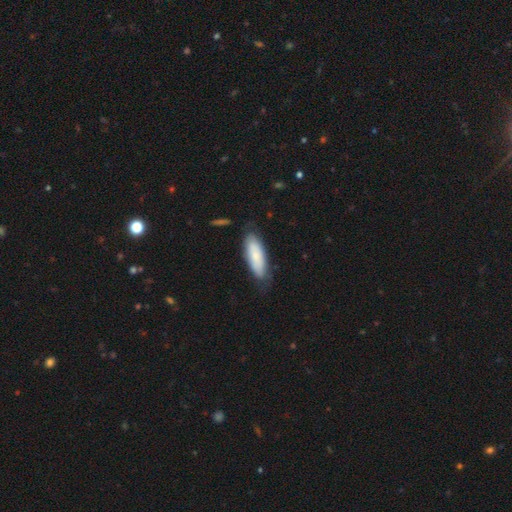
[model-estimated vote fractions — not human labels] Smooth or featured?
  - smooth: 75% *
  - featured or disk: 19%
  - star or artifact: 6%
How rounded?
  - in between: 66% *
  - cigar-shaped: 32%
  - round: 2%
Merging?
  - none: 72% *
  - minor disturbance: 21%
  - major disturbance: 5%
  - merger: 2%